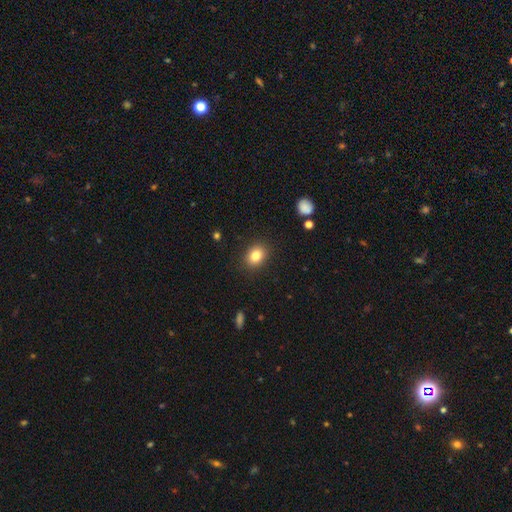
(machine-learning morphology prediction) smooth-or-featured: smooth: 82% | star or artifact: 10% | featured or disk: 8%
  how-rounded: in between: 59% | round: 40% | cigar-shaped: 1%
  merging: none: 88% | minor disturbance: 8% | major disturbance: 3% | merger: 1%